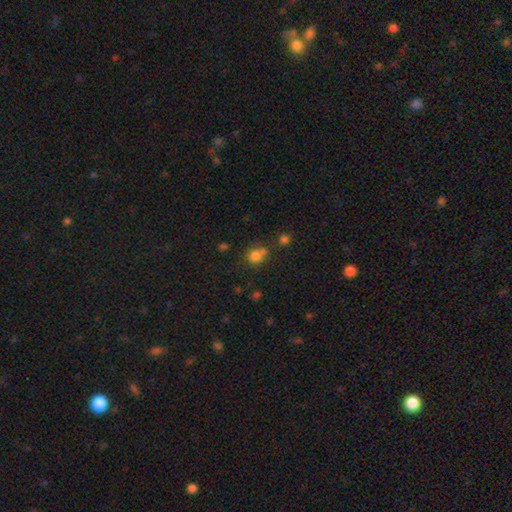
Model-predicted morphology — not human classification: A smooth galaxy with no disk features (77%) that is round (75%).

Vote fractions:
- Smooth or featured? smooth: 77% / star or artifact: 14% / featured or disk: 8%
- How rounded? round: 75% / in between: 24% / cigar-shaped: 1%
- Merging? none: 49% / merger: 32% / minor disturbance: 13% / major disturbance: 6%